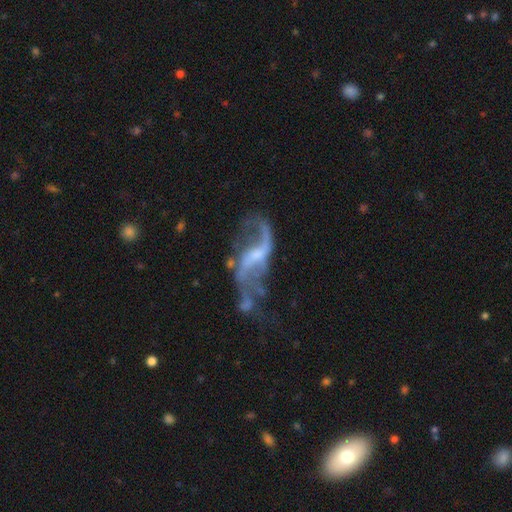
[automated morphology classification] type=featured or disk (86%); edge-on=no (95%); bar=weak (46%); spiral arms=yes (89%); winding=loose (85%); arm count=2 (86%); bulge=small (50%); merging=none (39%).